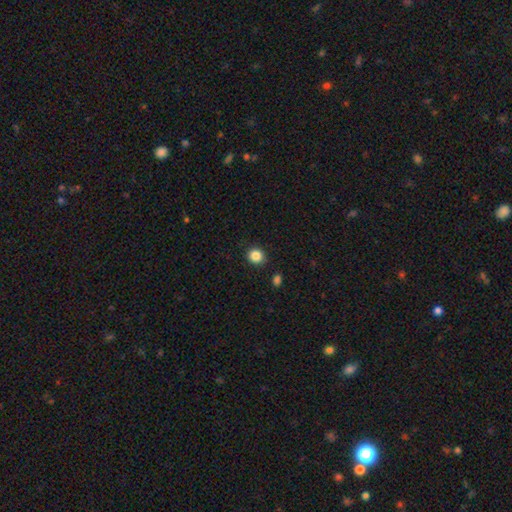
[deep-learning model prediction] This appears to be a smooth galaxy with no disk features (86%) that is round (85%). Merging: none (89%).